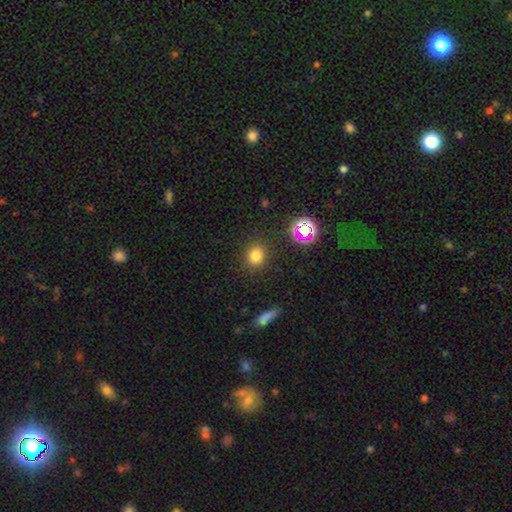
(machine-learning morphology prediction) A smooth galaxy with no disk features (77%) that is round (78%). Merging: none (88%).